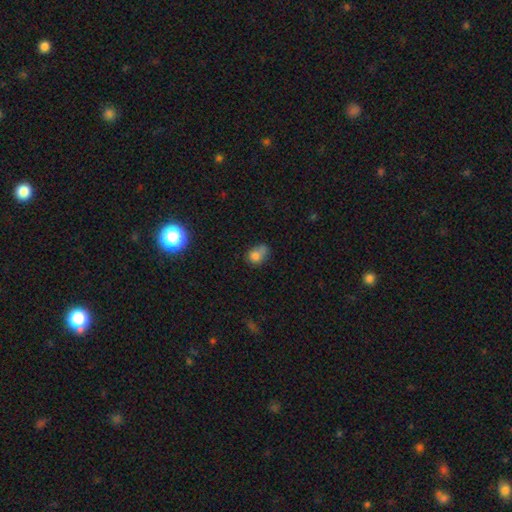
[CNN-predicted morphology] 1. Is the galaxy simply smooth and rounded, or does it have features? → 75% smooth, 13% star or artifact, 12% featured or disk.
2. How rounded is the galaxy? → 50% in between, 49% round, 1% cigar-shaped.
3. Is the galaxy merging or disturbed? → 35% merger, 34% none, 20% minor disturbance, 10% major disturbance.